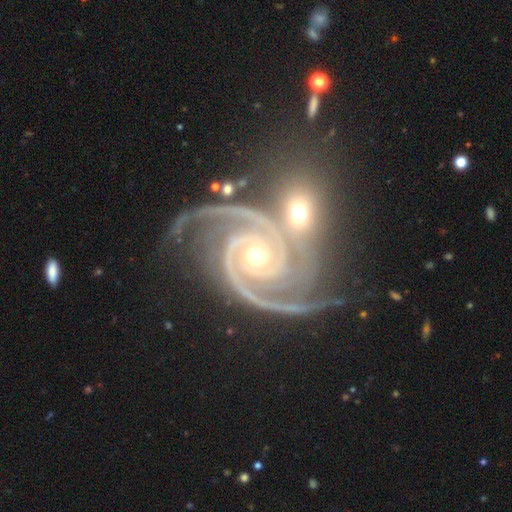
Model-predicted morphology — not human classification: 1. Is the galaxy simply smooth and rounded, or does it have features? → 94% featured or disk, 5% star or artifact, 2% smooth.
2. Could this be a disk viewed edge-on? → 97% no, 3% yes.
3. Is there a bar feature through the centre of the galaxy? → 67% no, 19% weak, 14% strong.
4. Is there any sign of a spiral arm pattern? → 99% yes, 1% no.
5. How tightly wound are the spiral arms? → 70% tight, 27% medium, 3% loose.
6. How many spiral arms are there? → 54% 2, 30% 3, 5% 4, 4% can't tell, 3% more than 4, 3% 1.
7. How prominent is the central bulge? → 50% small, 46% moderate, 2% large, 1% none, 1% dominant.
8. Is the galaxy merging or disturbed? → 49% none, 27% merger, 17% minor disturbance, 7% major disturbance.